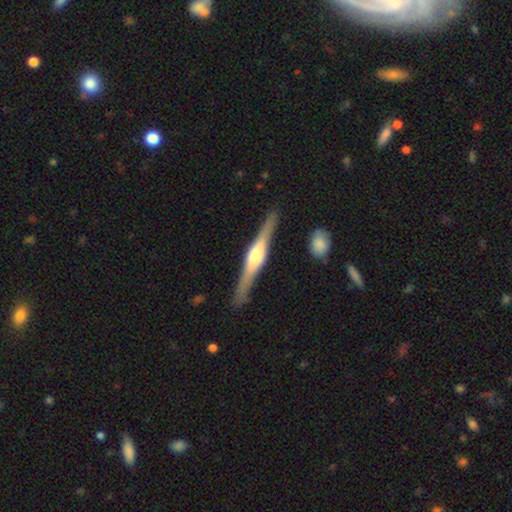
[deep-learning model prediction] Smooth or featured? Predicted: featured or disk (p=0.77). Edge-on disk? Predicted: yes (p=0.97). Edge-on bulge? Predicted: rounded (p=0.81). Merging? Predicted: none (p=0.86).